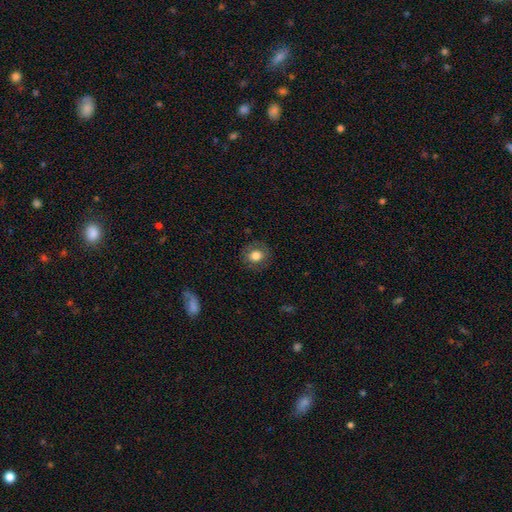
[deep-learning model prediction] Smooth or featured? smooth (76%)
How rounded? round (73%)
Merging? none (83%)